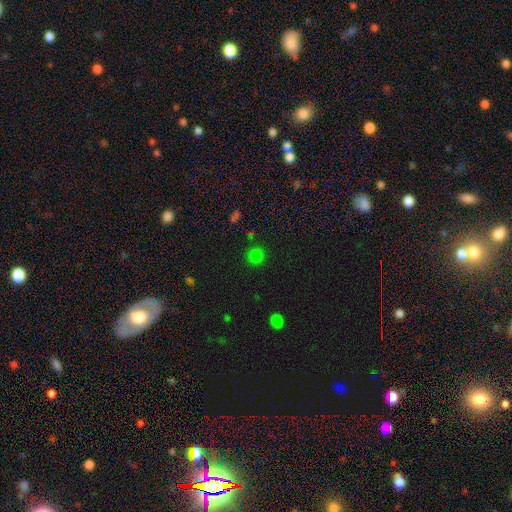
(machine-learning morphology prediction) smooth-or-featured: smooth: 75% | star or artifact: 21% | featured or disk: 4%
  how-rounded: round: 92% | in between: 7% | cigar-shaped: 1%
  merging: none: 87% | minor disturbance: 7% | major disturbance: 3% | merger: 2%